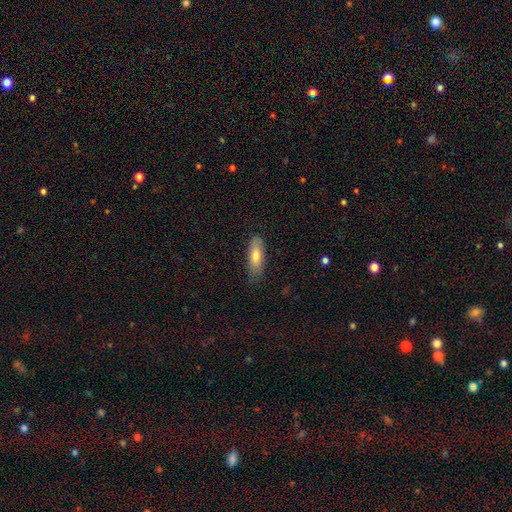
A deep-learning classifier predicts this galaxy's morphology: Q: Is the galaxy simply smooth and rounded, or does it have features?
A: smooth — 74%.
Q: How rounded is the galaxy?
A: in between — 59%.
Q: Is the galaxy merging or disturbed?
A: none — 75%.